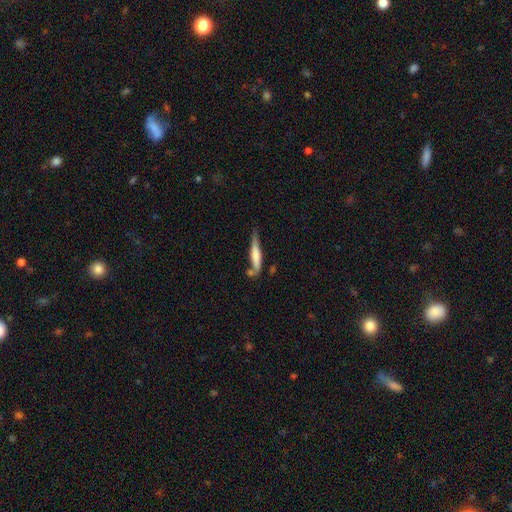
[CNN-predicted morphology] The model was most divided on "smooth or featured": smooth: 58%, featured or disk: 36%, star or artifact: 6%. More confident: how rounded — cigar-shaped (88%); merging — none (52%).